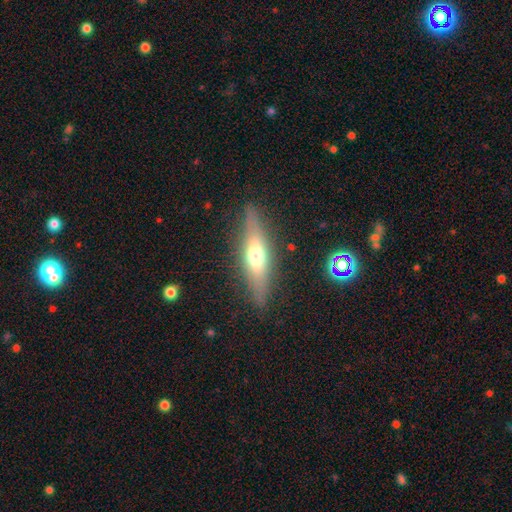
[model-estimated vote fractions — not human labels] A featured or disk galaxy (48%).

Vote fractions:
- Smooth or featured? featured or disk: 48% / smooth: 45% / star or artifact: 7%
- Merging? none: 85% / minor disturbance: 11% / major disturbance: 3% / merger: 1%